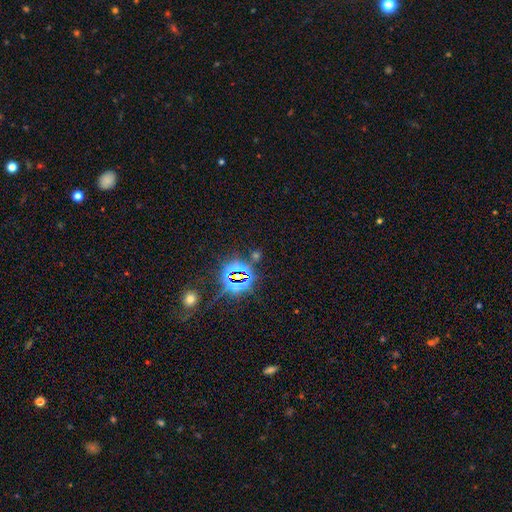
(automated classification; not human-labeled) This appears to be a star or artifact, not a galaxy (74%).